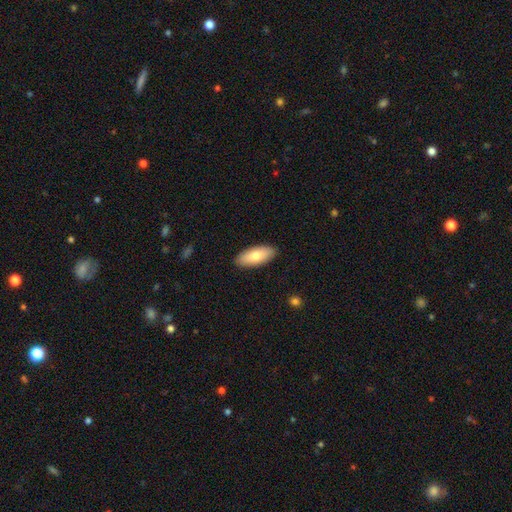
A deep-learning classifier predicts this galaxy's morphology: A smooth galaxy with no disk features (77%) that is in between round and cigar-shaped (84%).

Vote fractions:
- Smooth or featured? smooth: 77% / featured or disk: 18% / star or artifact: 6%
- How rounded? in between: 84% / cigar-shaped: 13% / round: 2%
- Merging? none: 90% / minor disturbance: 7% / major disturbance: 2% / merger: 1%